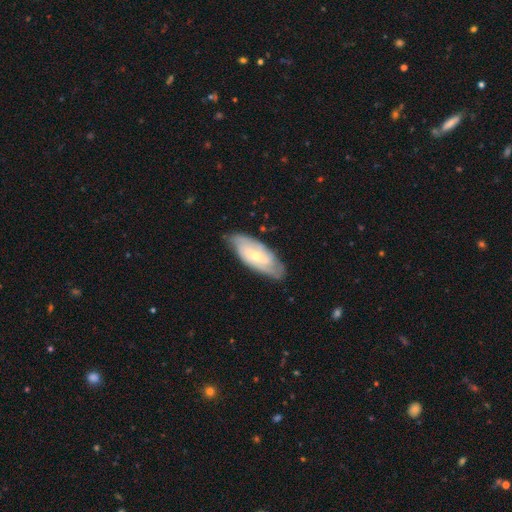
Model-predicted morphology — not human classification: A featured or disk galaxy (72%) with a weak bar (46%), 2 (55%) tight (48%) spiral arms (90%) and a small central bulge (61%).

Vote fractions:
- Smooth or featured? featured or disk: 72% / smooth: 23% / star or artifact: 5%
- Edge-on disk? no: 90% / yes: 10%
- Bar? weak: 46% / no: 35% / strong: 19%
- Spiral arms? yes: 90% / no: 10%
- Spiral winding? tight: 48% / medium: 38% / loose: 14%
- Spiral arm count? 2: 55% / can't tell: 26% / 3: 10% / 4: 3% / 1: 3% / more than 4: 2%
- Bulge size? small: 61% / moderate: 35% / none: 1% / large: 1% / dominant: 1%
- Merging? none: 78% / minor disturbance: 17% / major disturbance: 4% / merger: 1%